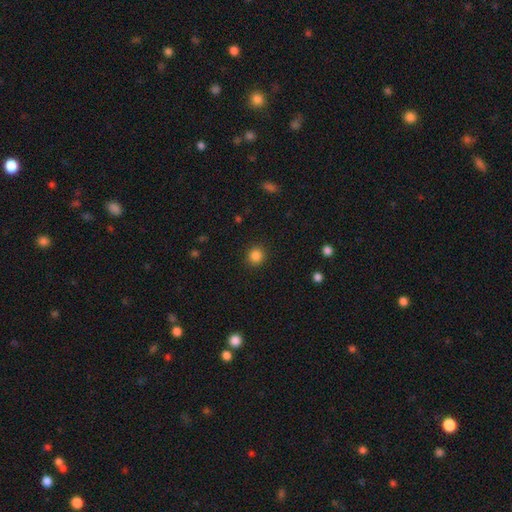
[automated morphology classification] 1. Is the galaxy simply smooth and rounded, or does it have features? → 85% smooth, 11% star or artifact, 3% featured or disk.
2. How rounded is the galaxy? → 89% round, 10% in between, 1% cigar-shaped.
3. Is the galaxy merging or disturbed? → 91% none, 6% minor disturbance, 2% major disturbance, 1% merger.